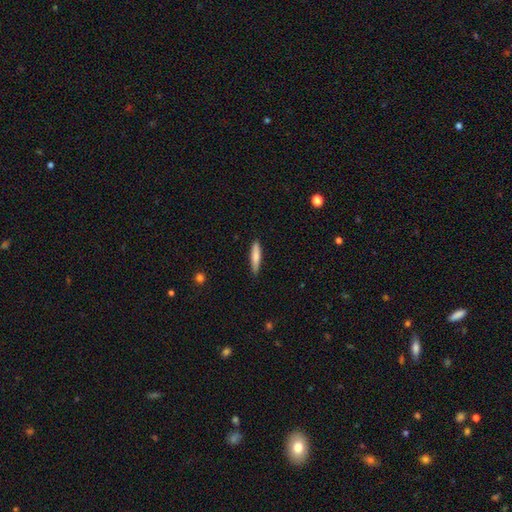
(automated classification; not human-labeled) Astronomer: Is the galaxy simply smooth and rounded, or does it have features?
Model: smooth — 78%.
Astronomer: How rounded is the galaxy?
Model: cigar-shaped — 85%.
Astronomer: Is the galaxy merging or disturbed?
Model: none — 84%.